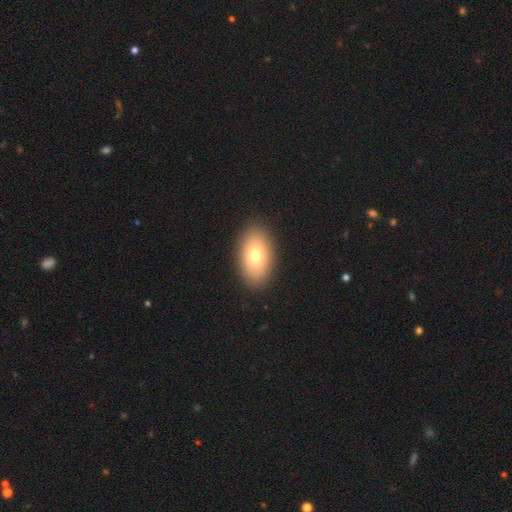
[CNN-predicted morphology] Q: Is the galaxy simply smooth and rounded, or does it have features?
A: smooth — 76%.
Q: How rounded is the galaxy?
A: in between — 92%.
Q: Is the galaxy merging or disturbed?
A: none — 89%.